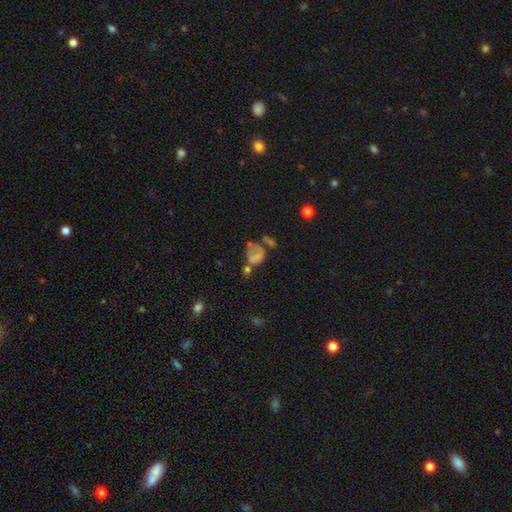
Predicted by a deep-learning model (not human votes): smooth-or-featured: smooth: 52% | featured or disk: 31% | star or artifact: 17%
  how-rounded: in between: 59% | round: 40% | cigar-shaped: 2%
  merging: major disturbance: 31% | merger: 25% | none: 25% | minor disturbance: 19%